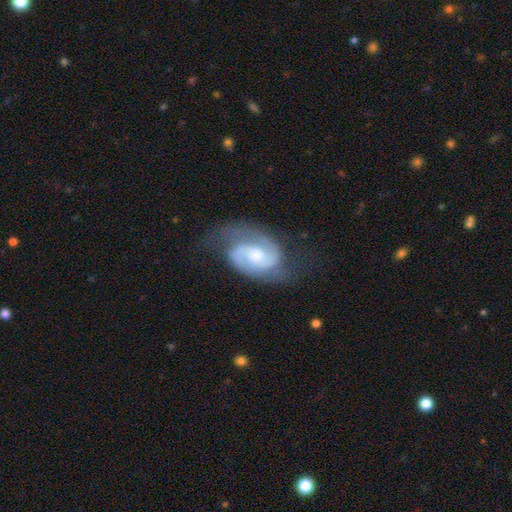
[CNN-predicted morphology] Smooth or featured?
  - featured or disk: 89% *
  - smooth: 6%
  - star or artifact: 5%
Edge-on disk?
  - no: 98% *
  - yes: 2%
Bar?
  - no: 52% *
  - weak: 40%
  - strong: 8%
Spiral arms?
  - yes: 98% *
  - no: 2%
Spiral winding?
  - medium: 52% *
  - tight: 36%
  - loose: 12%
Spiral arm count?
  - 2: 90% *
  - can't tell: 3%
  - 3: 2%
  - 1: 2%
  - 4: 1%
  - more than 4: 1%
Bulge size?
  - moderate: 43% *
  - small: 29%
  - large: 13%
  - none: 13%
  - dominant: 2%
Merging?
  - none: 64% *
  - minor disturbance: 22%
  - major disturbance: 12%
  - merger: 2%